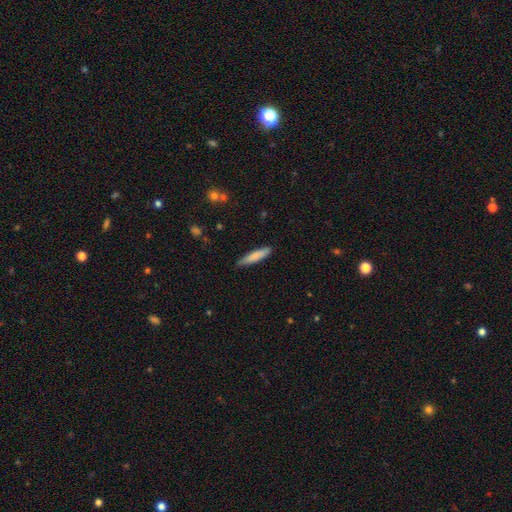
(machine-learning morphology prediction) This appears to be a smooth galaxy with no disk features (80%) that is cigar-shaped (86%). Merging: none (84%).